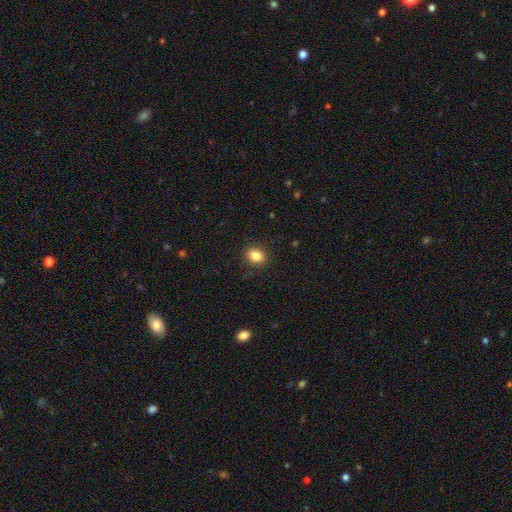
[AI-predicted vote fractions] Smooth or featured? Predicted: smooth (p=0.85). How rounded? Predicted: round (p=0.52). Merging? Predicted: none (p=0.89).